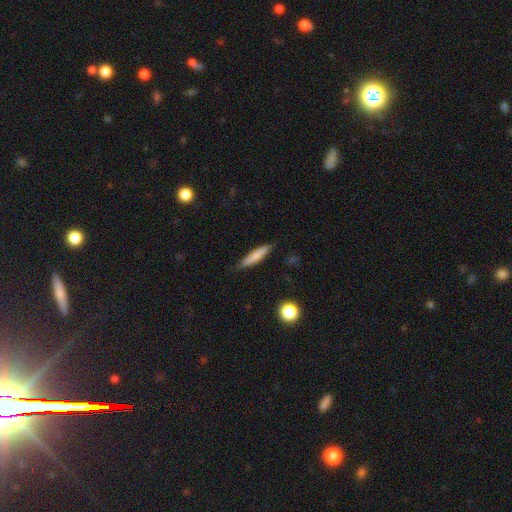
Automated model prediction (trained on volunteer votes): Morphology: type=smooth (75%); roundness=cigar-shaped (88%); merging=none (85%).